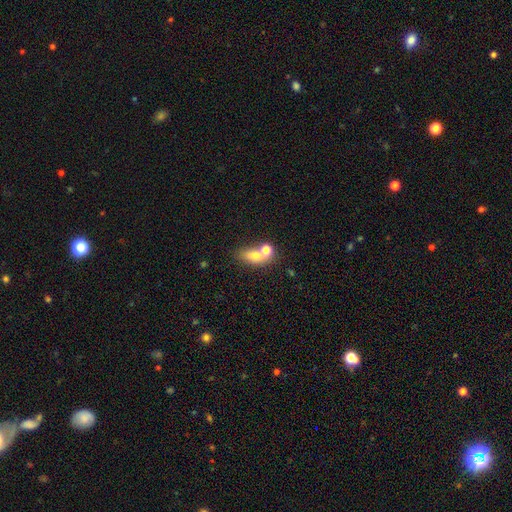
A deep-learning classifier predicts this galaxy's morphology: Smooth or featured? smooth (70%)
How rounded? in between (68%)
Merging? merger (45%)